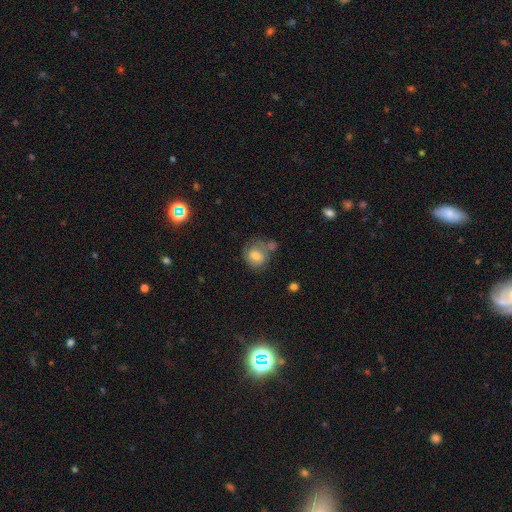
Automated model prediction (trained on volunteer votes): Morphology: type=smooth (65%); roundness=round (73%); merging=none (48%).